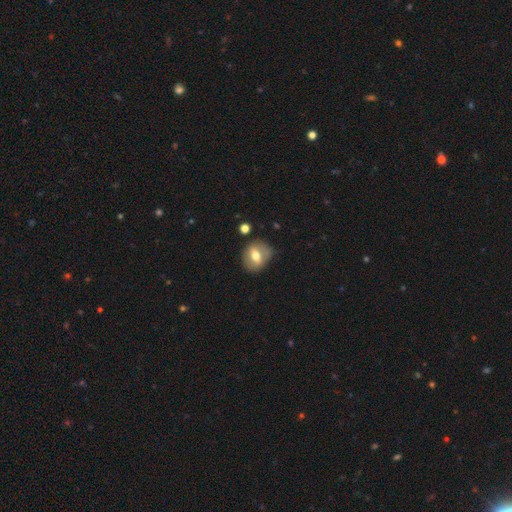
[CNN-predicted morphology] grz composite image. It shows a smooth galaxy with no disk features (54%) that is round (56%). Merging: none (78%).